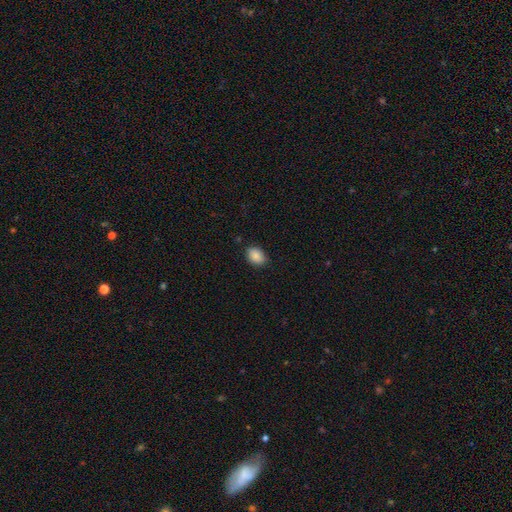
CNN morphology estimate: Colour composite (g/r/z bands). It shows a smooth galaxy with no disk features (87%) that is in between round and cigar-shaped (69%). Merging: none (83%).